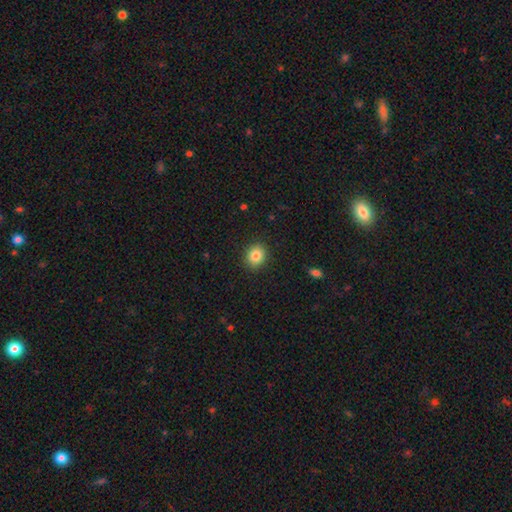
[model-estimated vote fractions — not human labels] This is clearly a smooth galaxy (84%). How rounded: likely round (70%). Merging: clearly none (90%).